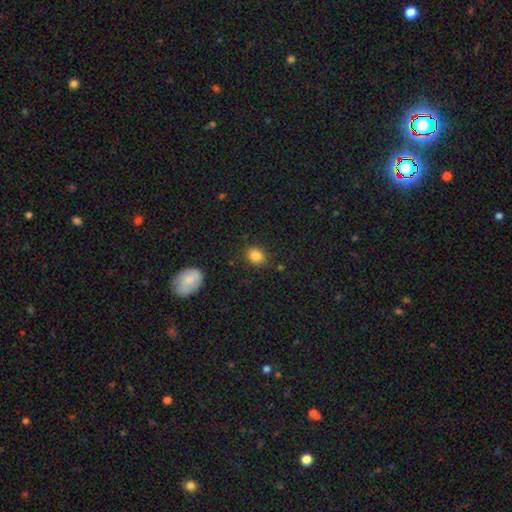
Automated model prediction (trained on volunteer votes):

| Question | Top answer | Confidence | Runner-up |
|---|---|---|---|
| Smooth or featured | smooth | 85% | star or artifact (10%) |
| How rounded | round | 51% | in between (48%) |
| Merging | none | 83% | minor disturbance (11%) |